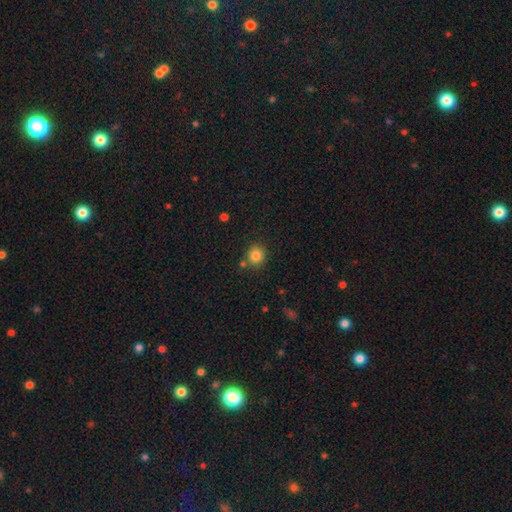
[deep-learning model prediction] Q: Smooth or featured?
A: smooth (83%); runner-up: star or artifact (11%)
Q: How rounded?
A: round (88%); runner-up: in between (11%)
Q: Merging?
A: none (78%); runner-up: merger (10%)